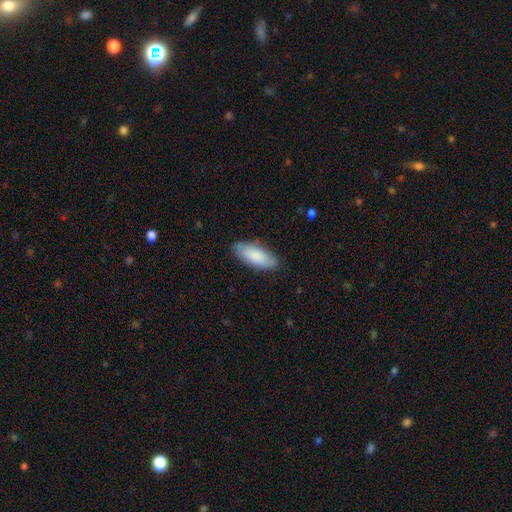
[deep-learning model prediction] A smooth galaxy with no disk features (85%) that is in between round and cigar-shaped (81%). Merging: none (83%).